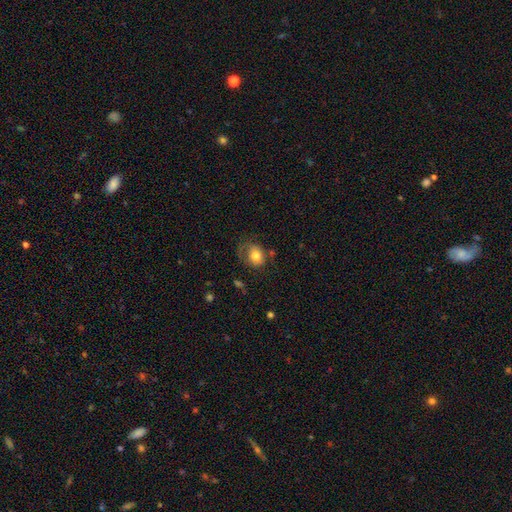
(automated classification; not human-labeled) Overall: smooth (71%). How rounded: round (56%; in between 43%). Merging: none (49%; minor disturbance 27%).